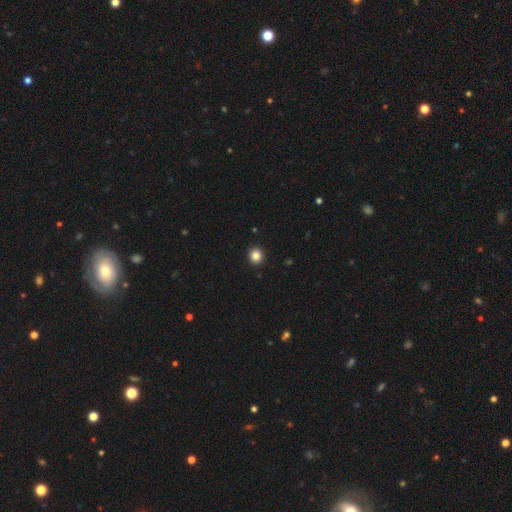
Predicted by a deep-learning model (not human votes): A smooth galaxy with no disk features (85%) that is round (91%).

Vote fractions:
- Smooth or featured? smooth: 85% / star or artifact: 11% / featured or disk: 4%
- How rounded? round: 91% / in between: 8% / cigar-shaped: 1%
- Merging? none: 94% / minor disturbance: 4% / major disturbance: 1% / merger: 1%